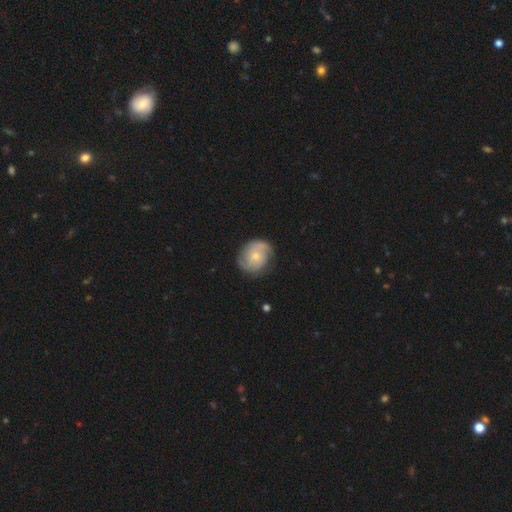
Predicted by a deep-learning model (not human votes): smooth_or_featured: featured or disk (p=0.67) [alt: smooth p=0.27]
disk_edge_on: no (p=0.98) [alt: yes p=0.02]
bar: no (p=0.74) [alt: weak p=0.23]
has_spiral_arms: yes (p=0.91) [alt: no p=0.09]
spiral_winding: tight (p=0.46) [alt: medium p=0.38]
spiral_arm_count: 2 (p=0.62) [alt: can't tell p=0.18]
bulge_size: small (p=0.54) [alt: moderate p=0.40]
merging: none (p=0.74) [alt: minor disturbance p=0.18]